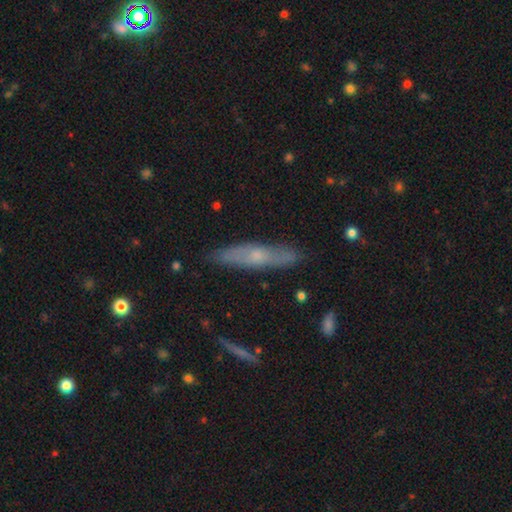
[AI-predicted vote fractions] smooth-or-featured: featured or disk: 52% | smooth: 41% | star or artifact: 7%
  disk-edge-on: yes: 74% | no: 26%
  merging: none: 83% | minor disturbance: 13% | major disturbance: 2% | merger: 1%